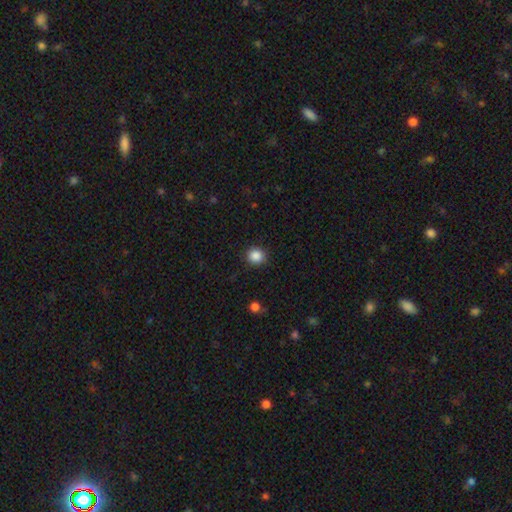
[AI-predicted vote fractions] Smooth or featured?
  - smooth: 87% *
  - star or artifact: 10%
  - featured or disk: 3%
How rounded?
  - round: 91% *
  - in between: 8%
  - cigar-shaped: 1%
Merging?
  - none: 90% *
  - minor disturbance: 6%
  - major disturbance: 2%
  - merger: 1%